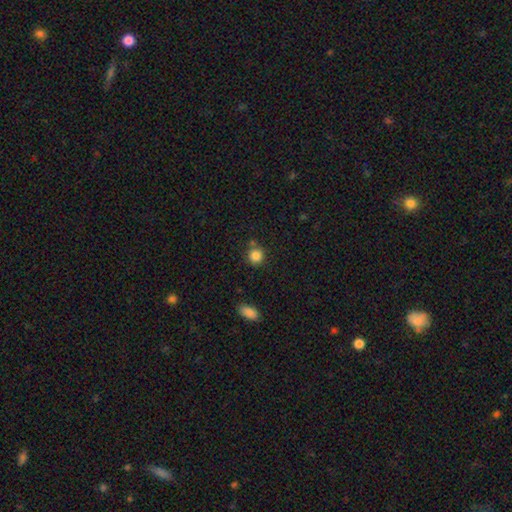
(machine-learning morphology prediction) Smooth or featured? smooth (85%)
How rounded? round (89%)
Merging? none (75%)